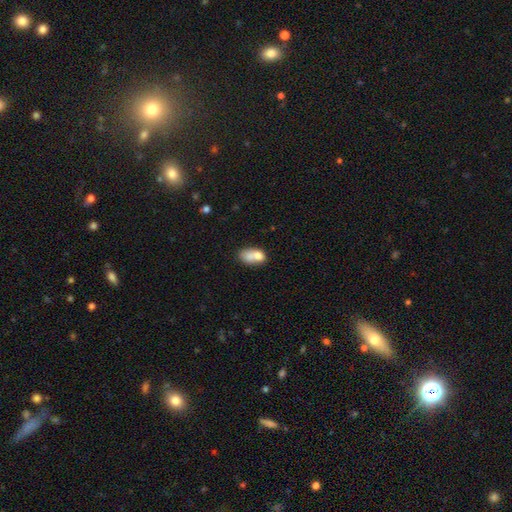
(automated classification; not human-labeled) Morphology: type=smooth (71%); roundness=in between (80%); merging=merger (49%).